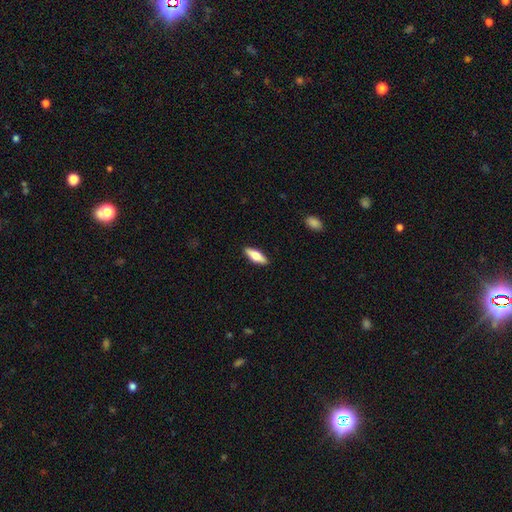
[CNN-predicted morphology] A smooth galaxy with no disk features (61%) that is in between round and cigar-shaped (57%).

Vote fractions:
- Smooth or featured? smooth: 61% / featured or disk: 34% / star or artifact: 6%
- How rounded? in between: 57% / cigar-shaped: 41% / round: 3%
- Merging? none: 90% / minor disturbance: 7% / major disturbance: 2% / merger: 1%